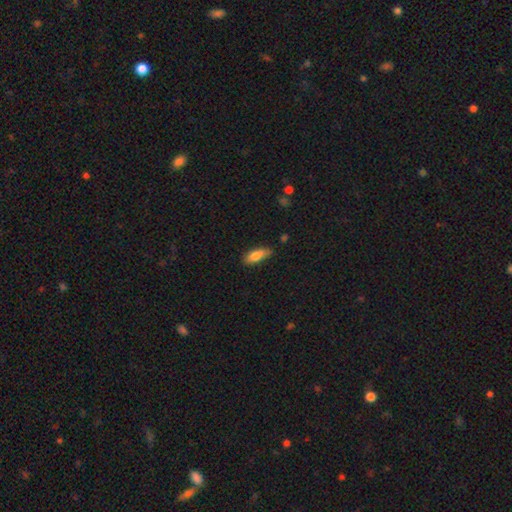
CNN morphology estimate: A smooth galaxy with no disk features (79%) that is in between round and cigar-shaped (72%).

Vote fractions:
- Smooth or featured? smooth: 79% / featured or disk: 14% / star or artifact: 7%
- How rounded? in between: 72% / cigar-shaped: 25% / round: 3%
- Merging? none: 69% / minor disturbance: 25% / major disturbance: 4% / merger: 2%